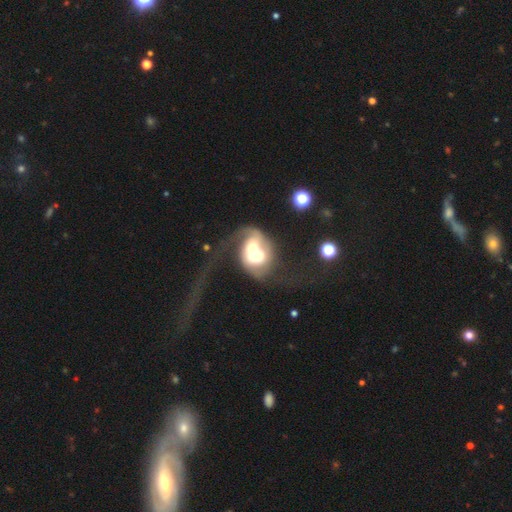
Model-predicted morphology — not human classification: Smooth or featured? featured or disk (63%)
Edge-on disk? no (97%)
Bar? no (75%)
Spiral arms? yes (56%)
Bulge size? moderate (52%)
Merging? merger (71%)